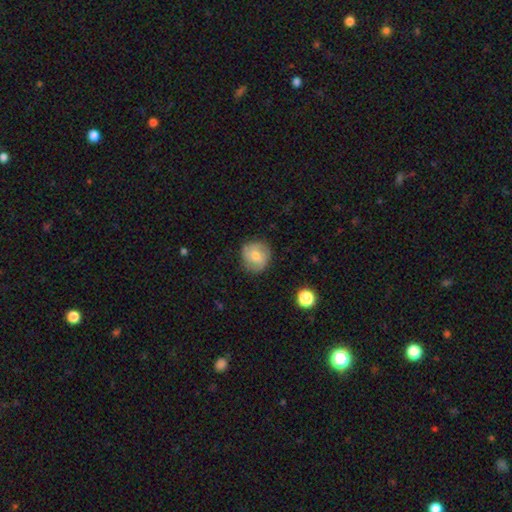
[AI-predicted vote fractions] This is likely a smooth galaxy (60%). How rounded: clearly round (89%). Merging: likely none (79%).